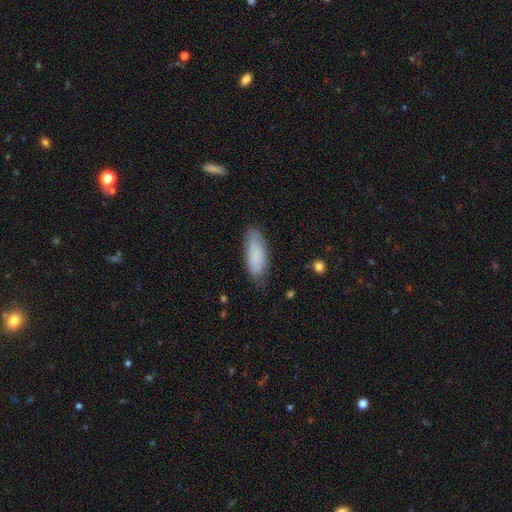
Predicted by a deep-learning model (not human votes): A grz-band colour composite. It shows a smooth galaxy with no disk features (80%) that is in between round and cigar-shaped (74%). Merging: none (70%).